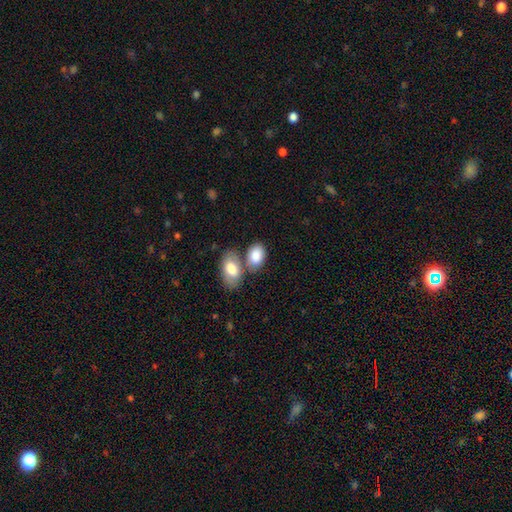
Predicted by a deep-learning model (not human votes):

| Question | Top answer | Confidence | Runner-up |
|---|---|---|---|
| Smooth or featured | smooth | 84% | featured or disk (10%) |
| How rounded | in between | 88% | round (11%) |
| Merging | none | 47% | merger (36%) |